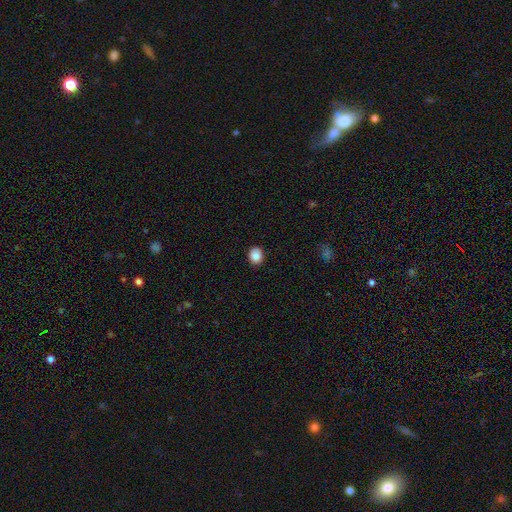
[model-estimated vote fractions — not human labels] Overall: smooth (88%). How rounded: round (65%; in between 35%). Merging: none (88%).